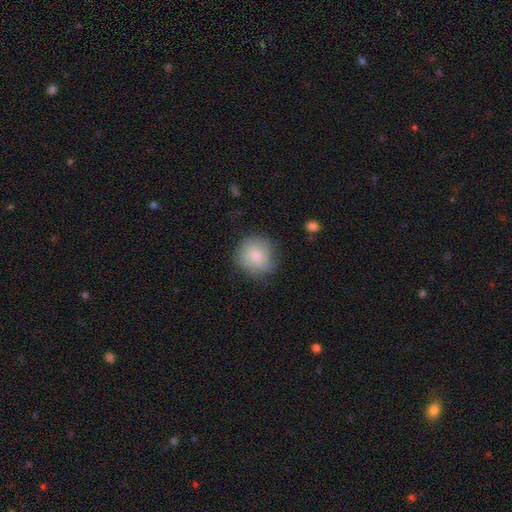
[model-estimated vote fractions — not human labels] This is likely a smooth galaxy (76%). How rounded: clearly round (92%). Merging: likely none (77%).